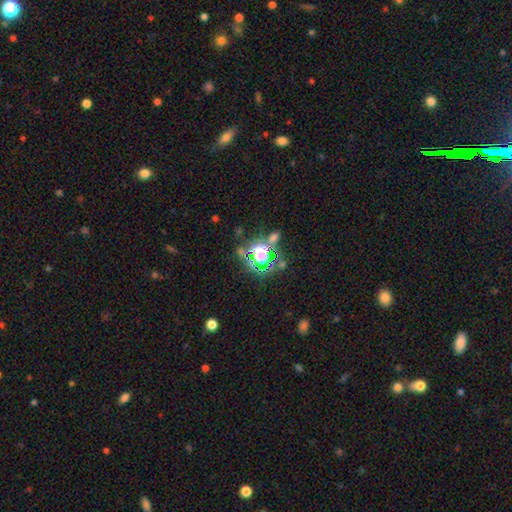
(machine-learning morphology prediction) Smooth or featured? Predicted: star or artifact (p=0.73).